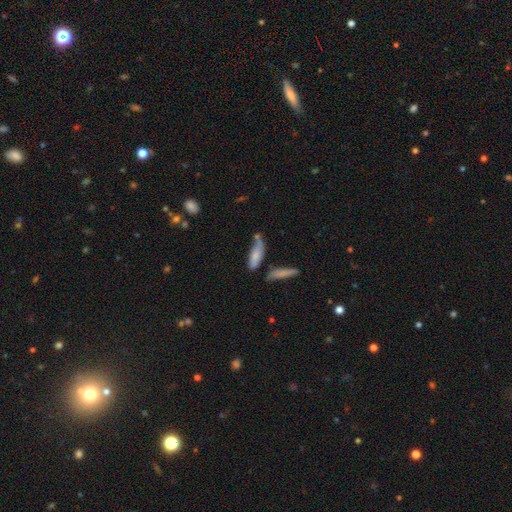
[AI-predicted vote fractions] smooth-or-featured: smooth: 69% | featured or disk: 24% | star or artifact: 8%
  how-rounded: cigar-shaped: 51% | in between: 47% | round: 2%
  merging: none: 45% | minor disturbance: 25% | merger: 20% | major disturbance: 10%